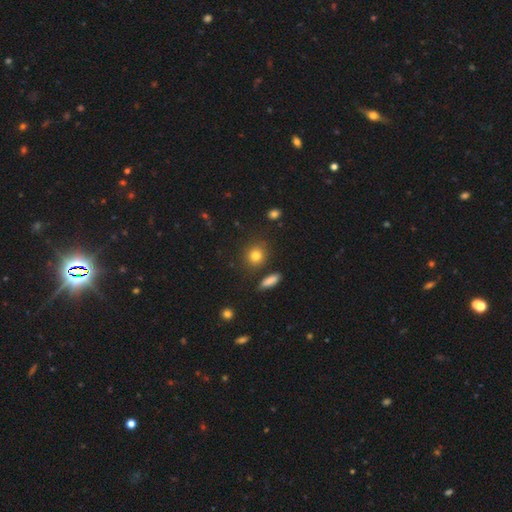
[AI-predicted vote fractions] Smooth or featured?
  - smooth: 81% *
  - star or artifact: 11%
  - featured or disk: 8%
How rounded?
  - round: 78% *
  - in between: 20%
  - cigar-shaped: 2%
Merging?
  - none: 81% *
  - minor disturbance: 11%
  - merger: 5%
  - major disturbance: 3%